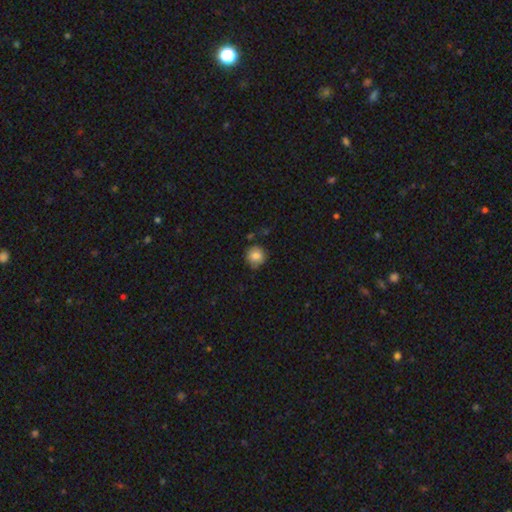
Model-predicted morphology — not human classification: This is clearly a smooth galaxy (82%). How rounded: clearly round (92%). Merging: likely none (77%).